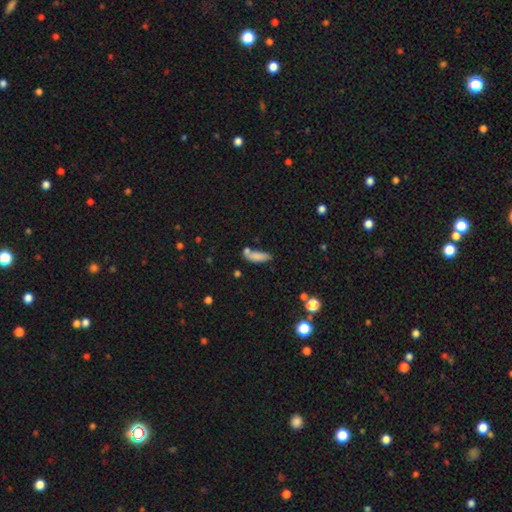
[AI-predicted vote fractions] smooth-or-featured: smooth: 81% | star or artifact: 9% | featured or disk: 9%
  how-rounded: in between: 64% | cigar-shaped: 33% | round: 3%
  merging: none: 51% | merger: 22% | minor disturbance: 20% | major disturbance: 7%